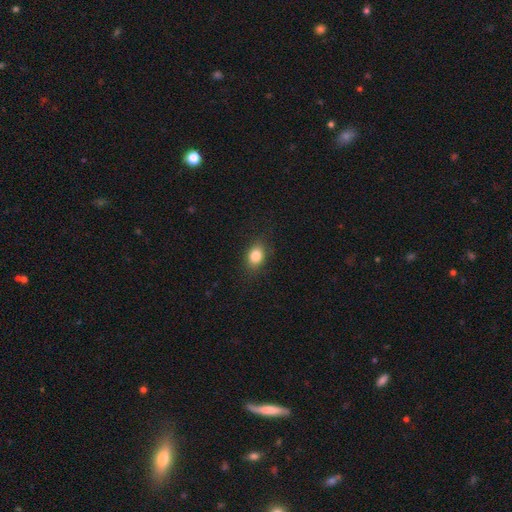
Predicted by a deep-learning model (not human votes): Smooth or featured: smooth — 84% (star or artifact — 9%)
How rounded: in between — 67% (round — 32%)
Merging: none — 84% (minor disturbance — 11%)